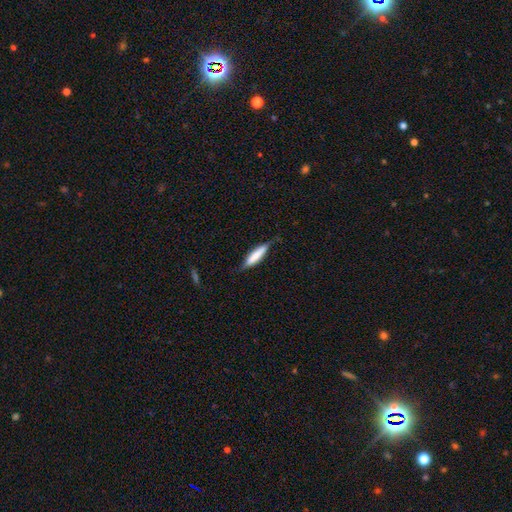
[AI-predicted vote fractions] Q: Smooth or featured?
A: smooth (72%); runner-up: featured or disk (22%)
Q: How rounded?
A: cigar-shaped (78%); runner-up: in between (21%)
Q: Merging?
A: none (73%); runner-up: minor disturbance (21%)